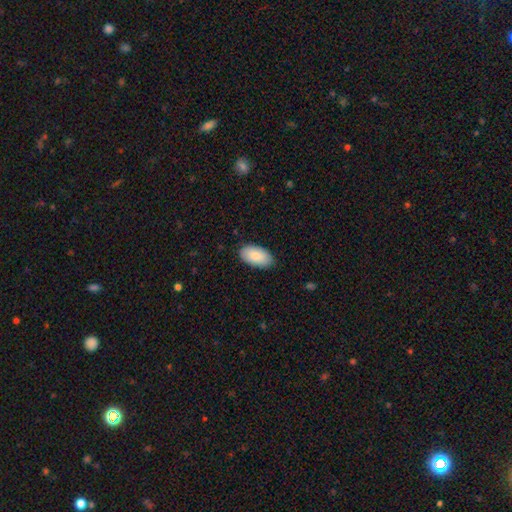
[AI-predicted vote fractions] This appears to be a smooth galaxy with no disk features (87%) that is in between round and cigar-shaped (96%). Merging: none (86%).